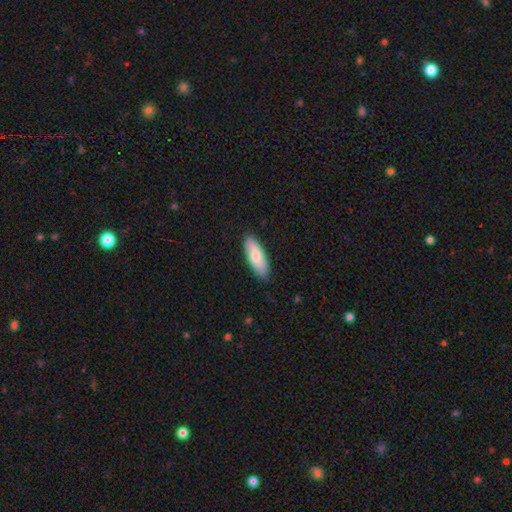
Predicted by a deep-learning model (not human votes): Morphology: type=smooth (71%); roundness=in between (70%); merging=none (84%).